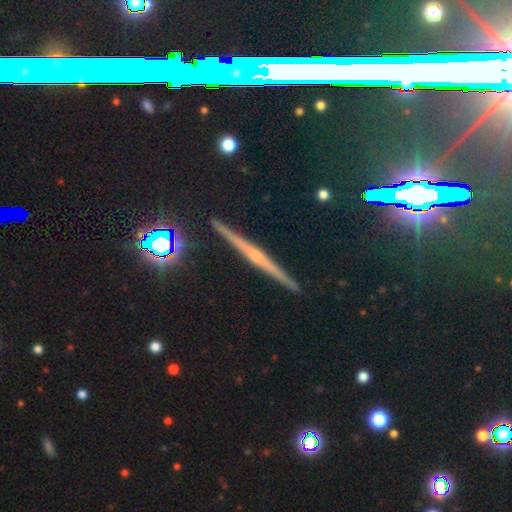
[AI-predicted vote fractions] Smooth or featured?
  - featured or disk: 71% *
  - star or artifact: 16%
  - smooth: 13%
Edge-on disk?
  - yes: 98% *
  - no: 2%
Edge-on bulge?
  - rounded: 58% *
  - none: 30%
  - boxy: 12%
Merging?
  - none: 91% *
  - minor disturbance: 6%
  - major disturbance: 1%
  - merger: 1%